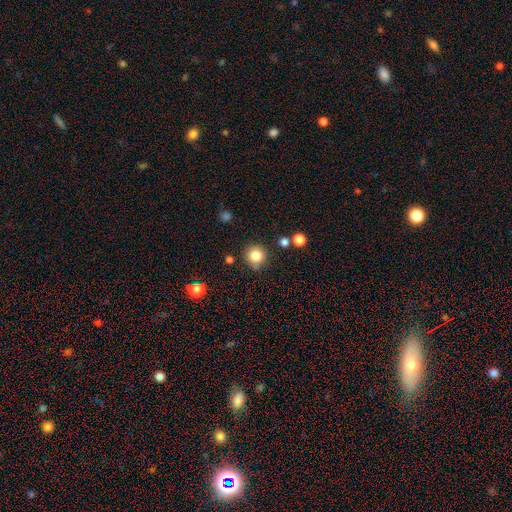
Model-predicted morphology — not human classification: Q: Smooth or featured?
A: smooth (82%); runner-up: star or artifact (11%)
Q: How rounded?
A: round (93%); runner-up: in between (6%)
Q: Merging?
A: none (81%); runner-up: minor disturbance (11%)